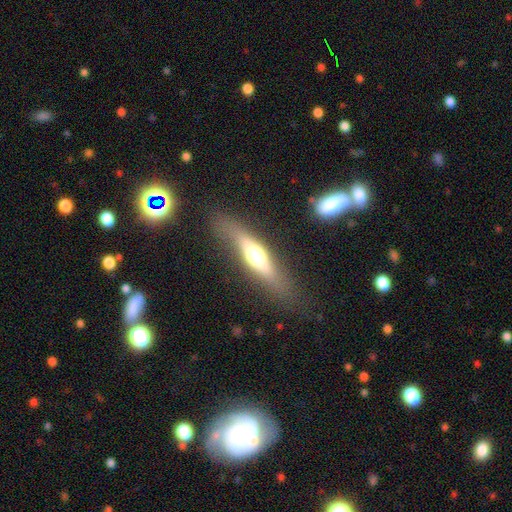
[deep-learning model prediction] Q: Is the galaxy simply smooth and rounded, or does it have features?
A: featured or disk — 53%.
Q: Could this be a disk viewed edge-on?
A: yes — 83%.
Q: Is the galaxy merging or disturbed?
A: none — 78%.